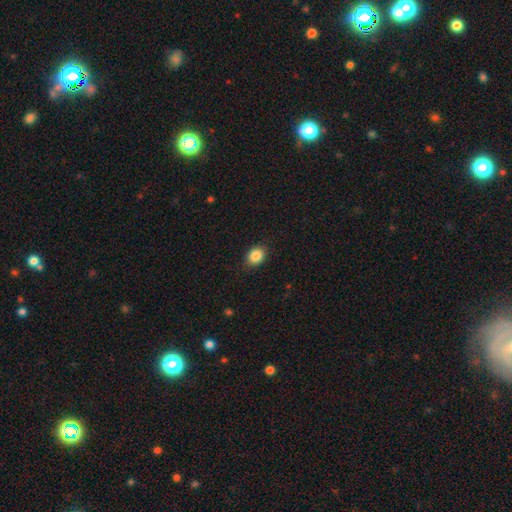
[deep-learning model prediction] A smooth galaxy with no disk features (87%) that is in between round and cigar-shaped (59%).

Vote fractions:
- Smooth or featured? smooth: 87% / star or artifact: 9% / featured or disk: 5%
- How rounded? in between: 59% / round: 40% / cigar-shaped: 1%
- Merging? none: 87% / minor disturbance: 10% / major disturbance: 2% / merger: 1%